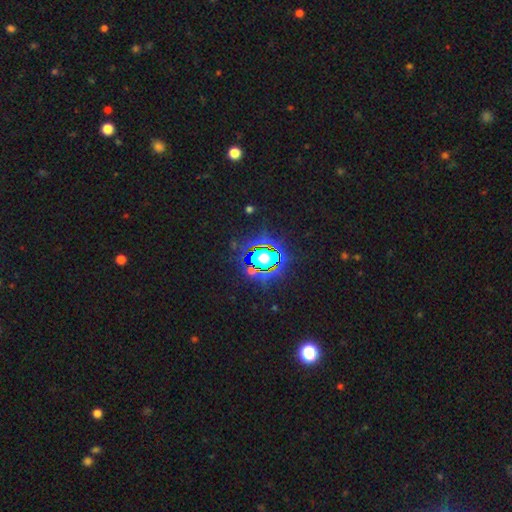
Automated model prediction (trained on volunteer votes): This appears to be a star or artifact, not a galaxy (80%).